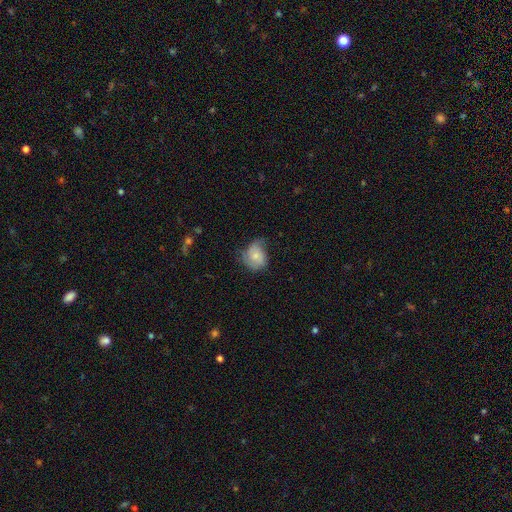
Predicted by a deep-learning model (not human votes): smooth-or-featured: smooth: 59% | featured or disk: 33% | star or artifact: 8%
  how-rounded: round: 52% | in between: 47% | cigar-shaped: 1%
  merging: none: 40% | minor disturbance: 39% | major disturbance: 19% | merger: 2%